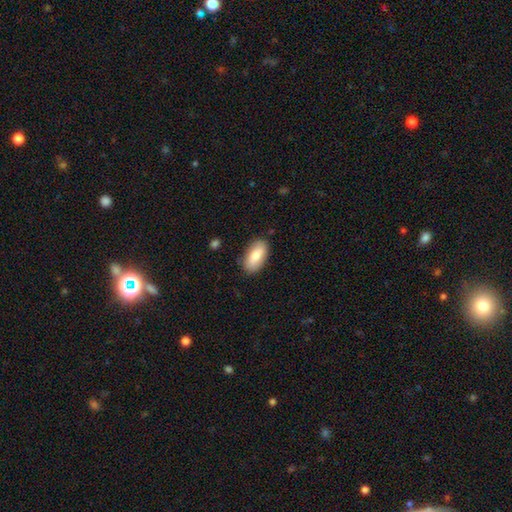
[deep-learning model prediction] A smooth galaxy with no disk features (80%) that is in between round and cigar-shaped (92%). Merging: none (85%).